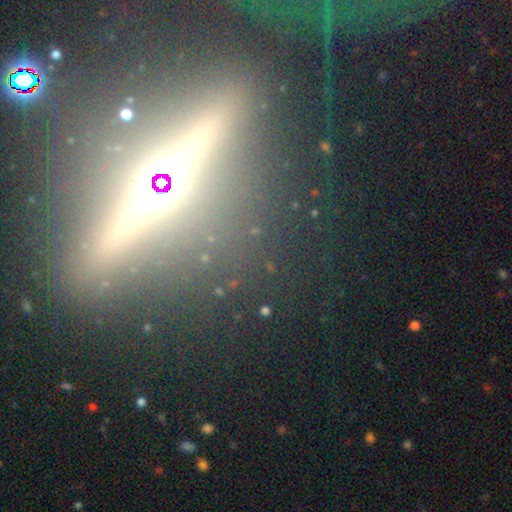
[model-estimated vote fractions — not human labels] The model was most divided on "smooth or featured": featured or disk: 47%, star or artifact: 41%, smooth: 12%. More confident: merging — none (88%).